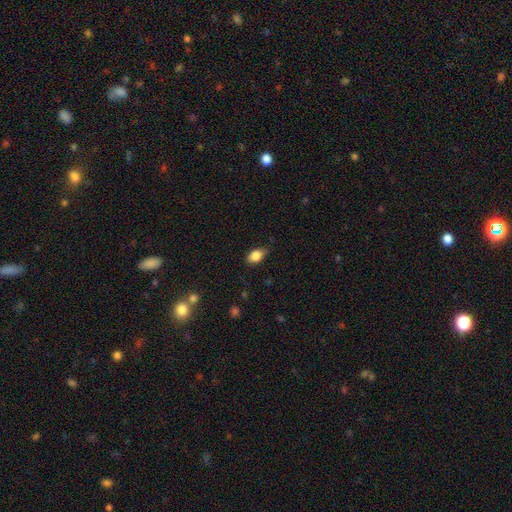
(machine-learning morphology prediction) This is clearly a smooth galaxy (83%). How rounded: clearly in between (85%). Merging: likely none (71%).